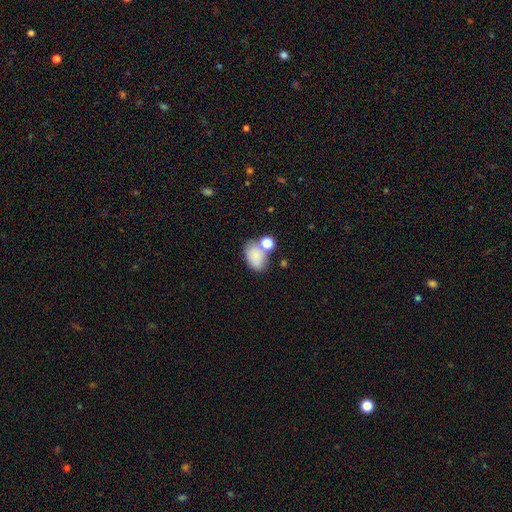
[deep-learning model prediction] smooth_or_featured: smooth (p=0.81) [alt: star or artifact p=0.10]
how_rounded: in between (p=0.84) [alt: round p=0.15]
merging: none (p=0.52) [alt: merger p=0.25]